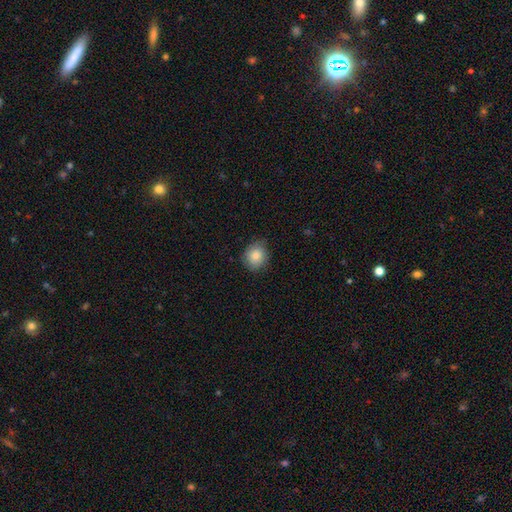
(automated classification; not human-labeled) Smooth or featured? smooth (84%)
How rounded? round (74%)
Merging? none (77%)